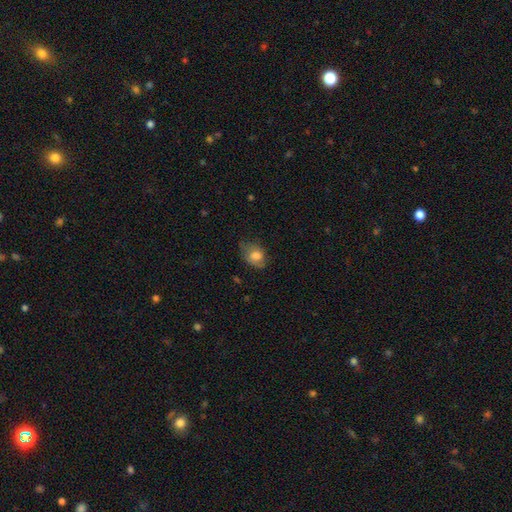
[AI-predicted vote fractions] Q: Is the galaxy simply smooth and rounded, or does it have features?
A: smooth — 72%.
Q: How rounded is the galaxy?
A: in between — 69%.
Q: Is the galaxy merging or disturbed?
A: none — 51%.